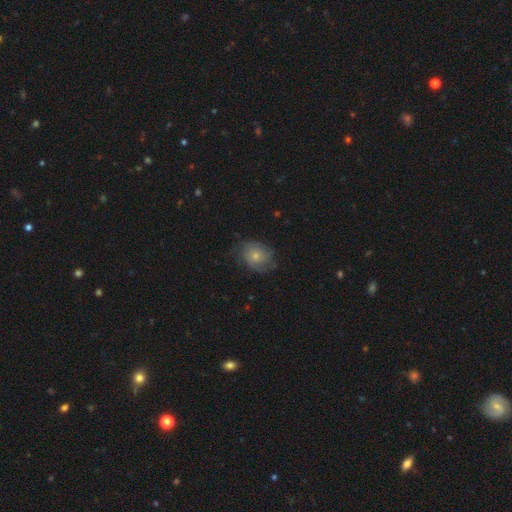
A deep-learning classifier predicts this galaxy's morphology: Smooth or featured? smooth (53%)
How rounded? round (50%)
Merging? none (60%)